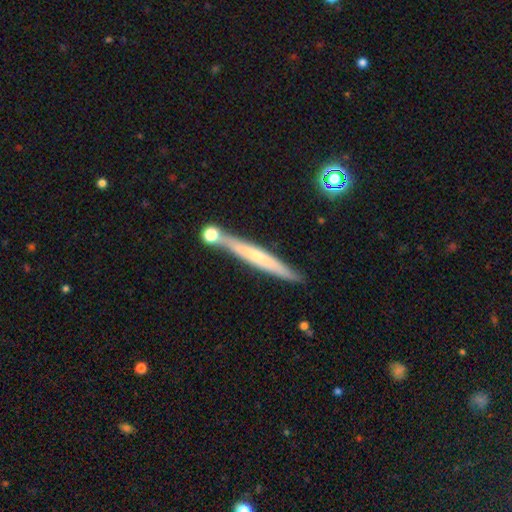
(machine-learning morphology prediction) The model was most divided on "edge-on bulge": none: 50%, rounded: 44%, boxy: 7%. More confident: edge-on disk — yes (96%); merging — none (82%); smooth or featured — featured or disk (58%).